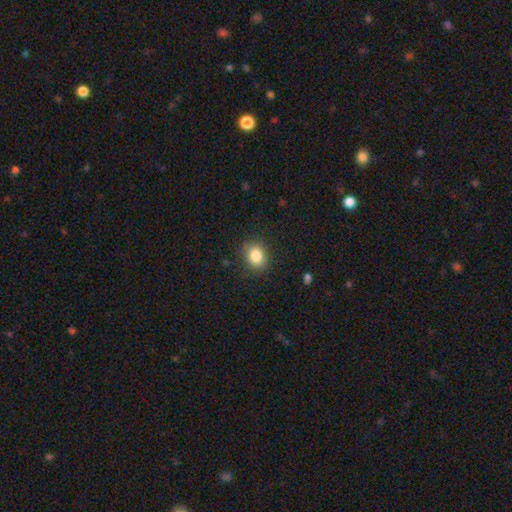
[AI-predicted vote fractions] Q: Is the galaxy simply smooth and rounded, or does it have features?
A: smooth — 84%.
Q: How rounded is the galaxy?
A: round — 52%.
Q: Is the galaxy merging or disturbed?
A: none — 84%.